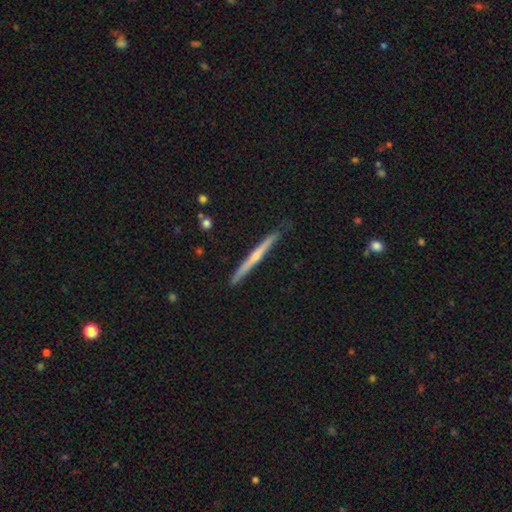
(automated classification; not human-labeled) The model was most divided on "edge-on bulge": rounded: 65%, none: 32%, boxy: 3%. More confident: edge-on disk — yes (98%); merging — none (87%); smooth or featured — featured or disk (66%).